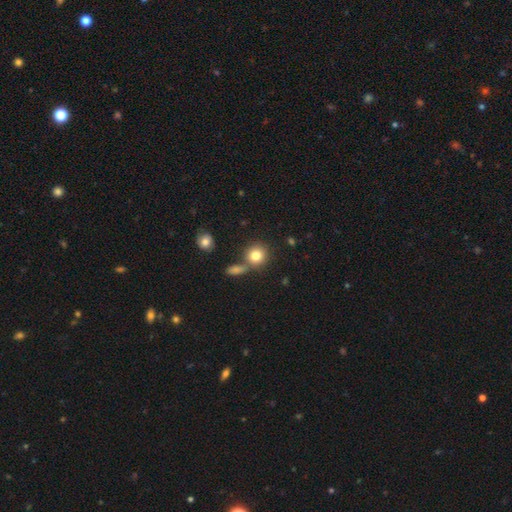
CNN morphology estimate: This is clearly a smooth galaxy (81%). How rounded: clearly round (87%). Merging: likely none (67%).